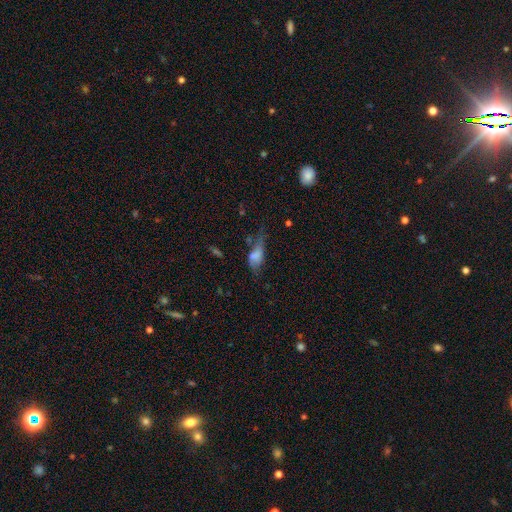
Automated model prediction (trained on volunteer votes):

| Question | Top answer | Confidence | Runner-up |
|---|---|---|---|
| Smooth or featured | smooth | 57% | featured or disk (31%) |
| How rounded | in between | 75% | cigar-shaped (20%) |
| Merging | major disturbance | 35% | minor disturbance (28%) |